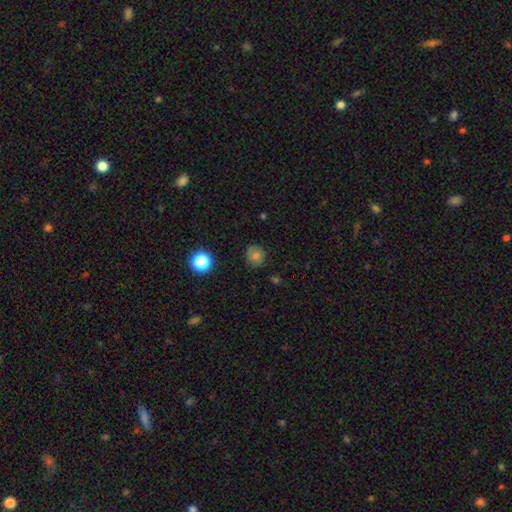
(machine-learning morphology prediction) type=smooth (76%); roundness=round (88%); merging=none (82%).